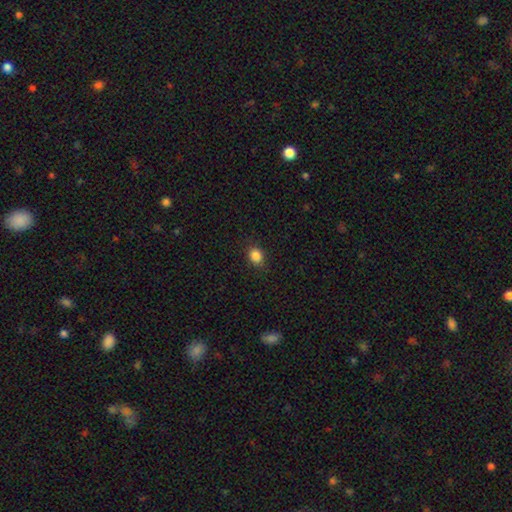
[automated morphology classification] Overall: smooth (85%). How rounded: round (56%; in between 43%). Merging: none (85%).